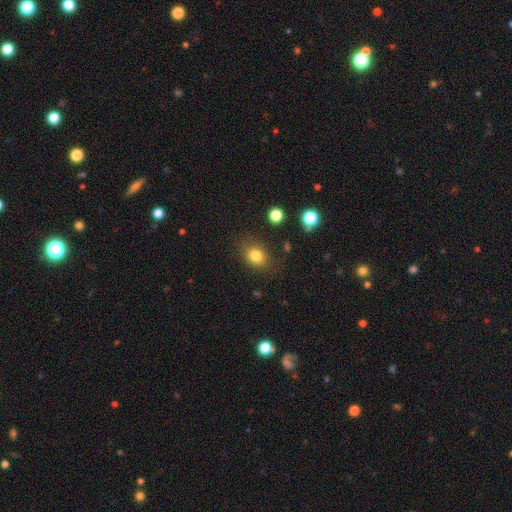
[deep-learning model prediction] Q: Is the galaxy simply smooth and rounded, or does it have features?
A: smooth — 81%.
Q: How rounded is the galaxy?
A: in between — 52%.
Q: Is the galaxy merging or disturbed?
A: none — 81%.